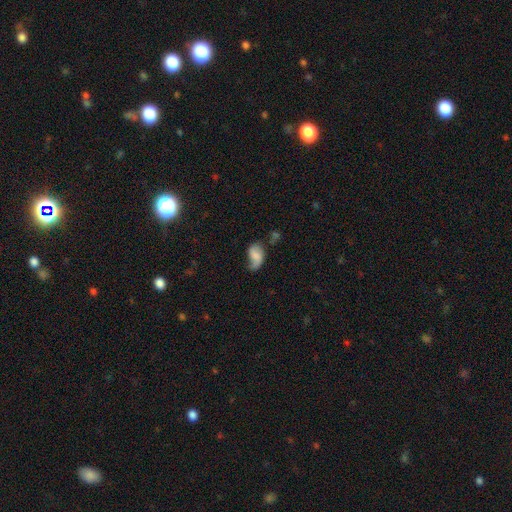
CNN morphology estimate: This is possibly a smooth galaxy (54%). How rounded: clearly in between (88%). Merging: marginally none (35%).